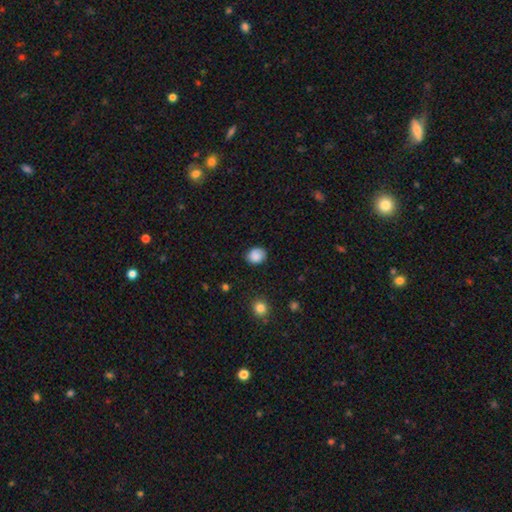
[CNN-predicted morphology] smooth-or-featured: smooth: 87% | star or artifact: 8% | featured or disk: 4%
  how-rounded: round: 62% | in between: 38% | cigar-shaped: 1%
  merging: none: 84% | minor disturbance: 12% | major disturbance: 3% | merger: 1%